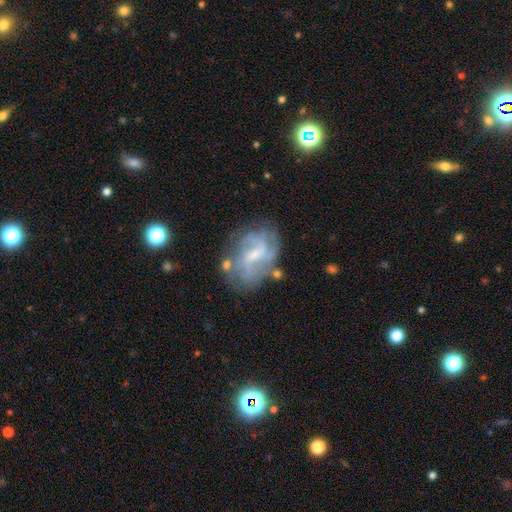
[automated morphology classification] This is likely a featured or disk galaxy (73%). It is clearly not viewed edge-on (96%). Bar: possibly weak (54%). Spiral arm pattern: clearly yes (83%). Spiral arm count: marginally 2 (37%). Spiral winding: marginally medium (40%). Central bulge: possibly small (47%). Merging: likely none (64%).